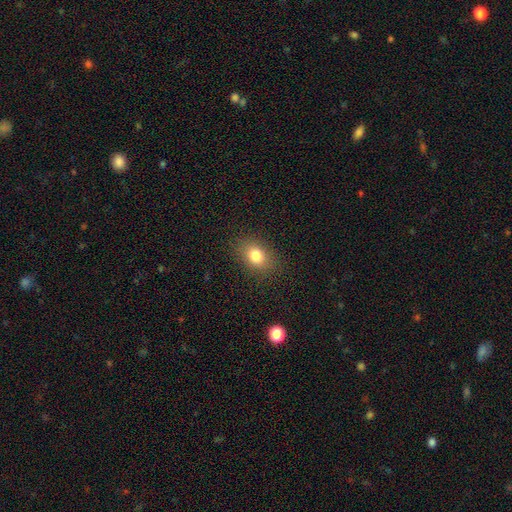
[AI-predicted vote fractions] smooth_or_featured: smooth (p=0.80) [alt: star or artifact p=0.11]
how_rounded: in between (p=0.70) [alt: round p=0.29]
merging: none (p=0.86) [alt: minor disturbance p=0.10]